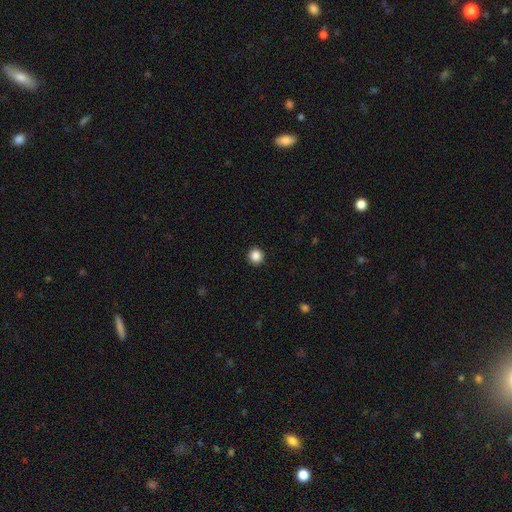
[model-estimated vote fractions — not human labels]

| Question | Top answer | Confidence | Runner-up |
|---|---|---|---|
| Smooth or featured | smooth | 87% | star or artifact (10%) |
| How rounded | round | 94% | in between (5%) |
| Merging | none | 93% | minor disturbance (4%) |